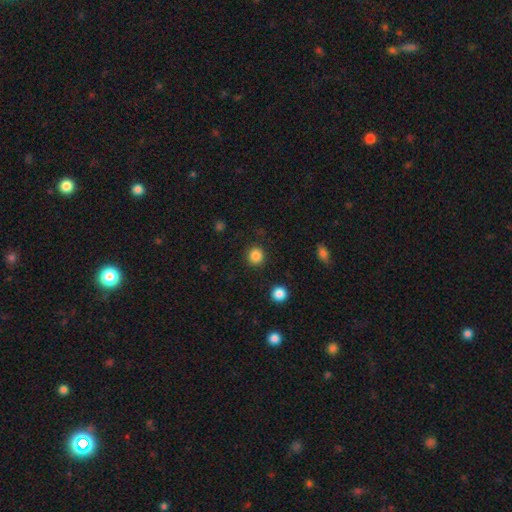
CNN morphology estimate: type=smooth (85%); roundness=round (92%); merging=none (90%).